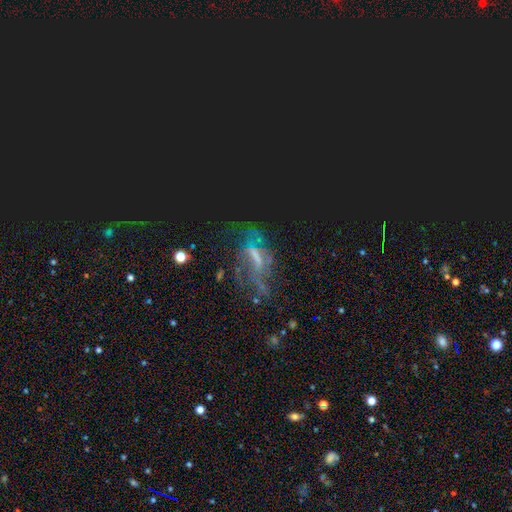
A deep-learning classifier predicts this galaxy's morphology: Smooth or featured: featured or disk — 60% (star or artifact — 26%)
Edge-on disk: no — 88% (yes — 12%)
Bar: weak — 39% (strong — 31%)
Spiral arms: yes — 66% (no — 34%)
Bulge size: none — 41% (small — 26%)
Merging: none — 46% (major disturbance — 30%)